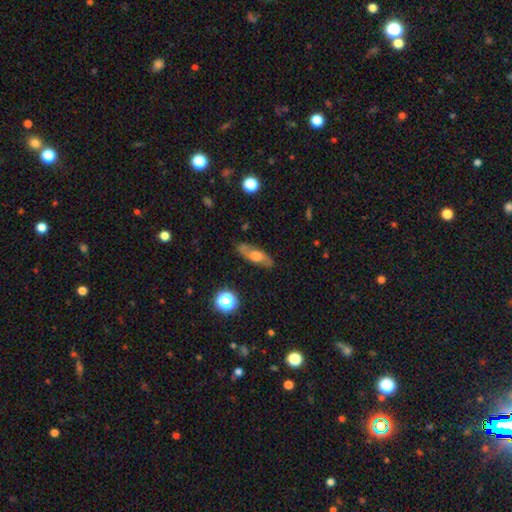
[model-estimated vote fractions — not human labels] Smooth or featured? Predicted: featured or disk (p=0.51). Edge-on disk? Predicted: no (p=0.62). Merging? Predicted: none (p=0.80).